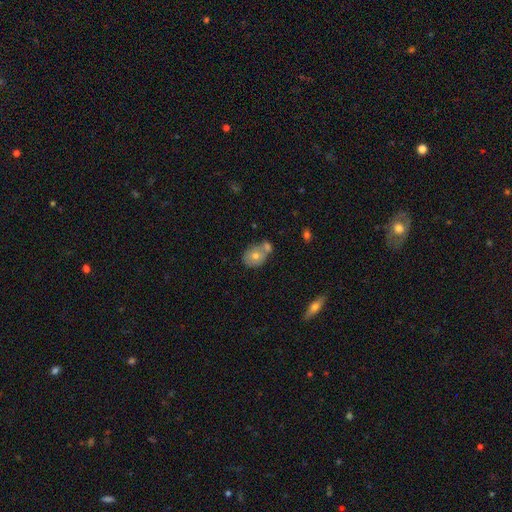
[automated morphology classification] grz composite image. It shows a smooth galaxy with no disk features (65%) that is in between round and cigar-shaped (50%). Merging: merger (42%).